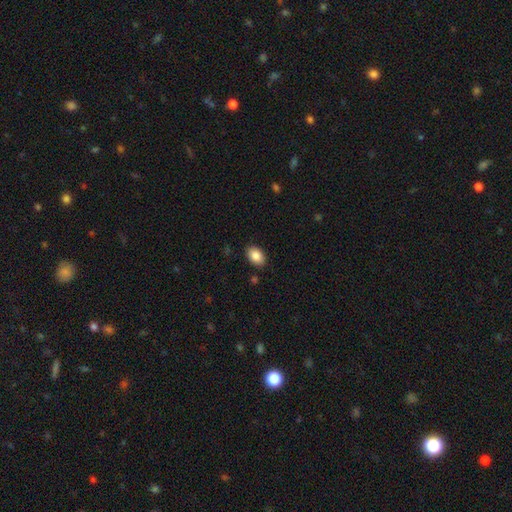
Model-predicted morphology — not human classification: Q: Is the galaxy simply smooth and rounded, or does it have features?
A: smooth — 88%.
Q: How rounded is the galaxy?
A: in between — 88%.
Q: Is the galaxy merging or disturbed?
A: none — 88%.